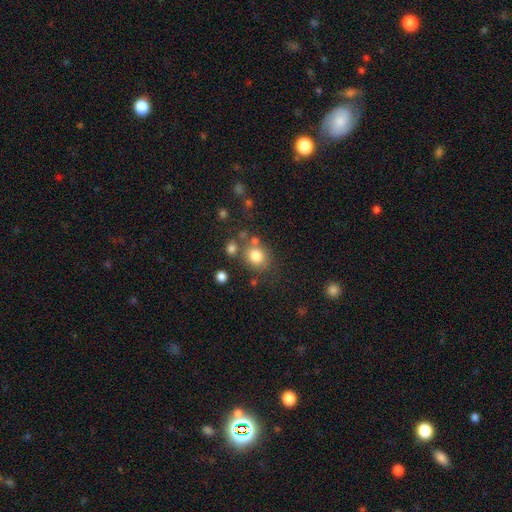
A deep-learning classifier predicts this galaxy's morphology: Overall: smooth (79%). How rounded: round (75%). Merging: none (68%).